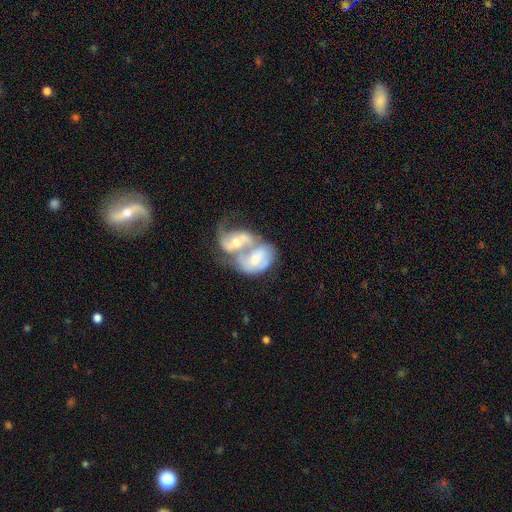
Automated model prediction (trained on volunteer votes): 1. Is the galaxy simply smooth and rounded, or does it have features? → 62% featured or disk, 25% smooth, 13% star or artifact.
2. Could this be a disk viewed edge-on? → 95% no, 5% yes.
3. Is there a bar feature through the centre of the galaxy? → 56% no, 29% weak, 15% strong.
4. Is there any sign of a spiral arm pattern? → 60% yes, 40% no.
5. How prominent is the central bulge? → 41% moderate, 34% small, 14% none, 8% large, 3% dominant.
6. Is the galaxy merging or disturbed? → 67% merger, 18% none, 8% major disturbance, 7% minor disturbance.